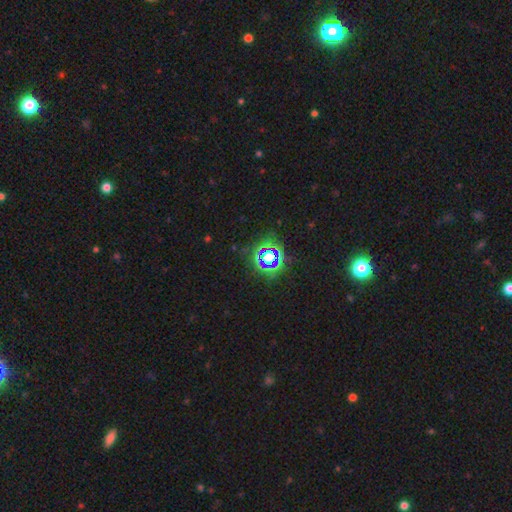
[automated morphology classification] The model was most divided on "smooth or featured": star or artifact: 75%, smooth: 18%, featured or disk: 7%.